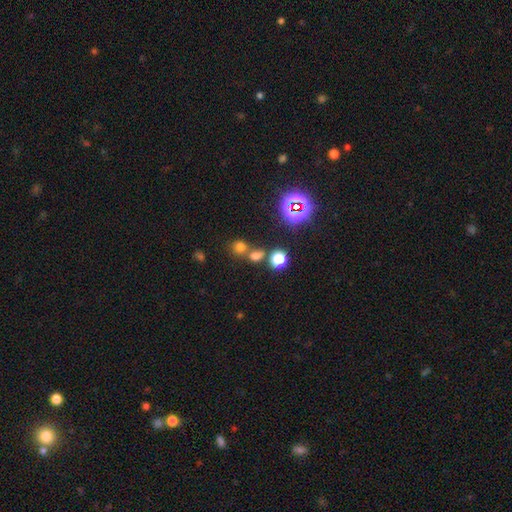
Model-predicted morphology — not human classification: Q: Smooth or featured?
A: smooth (59%); runner-up: star or artifact (34%)
Q: How rounded?
A: round (75%); runner-up: in between (24%)
Q: Merging?
A: none (55%); runner-up: merger (33%)